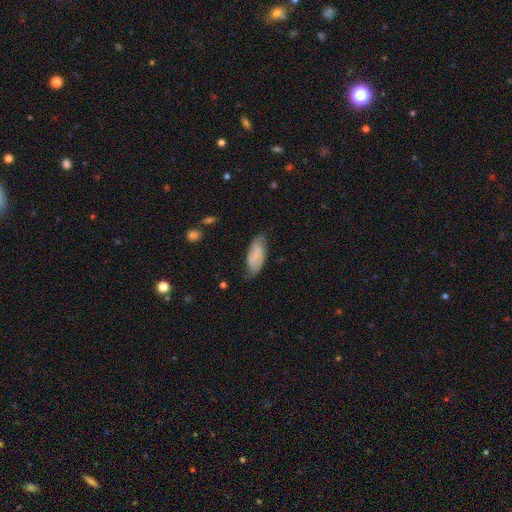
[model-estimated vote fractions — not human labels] Overall: smooth (72%). How rounded: in between (83%). Merging: none (68%).